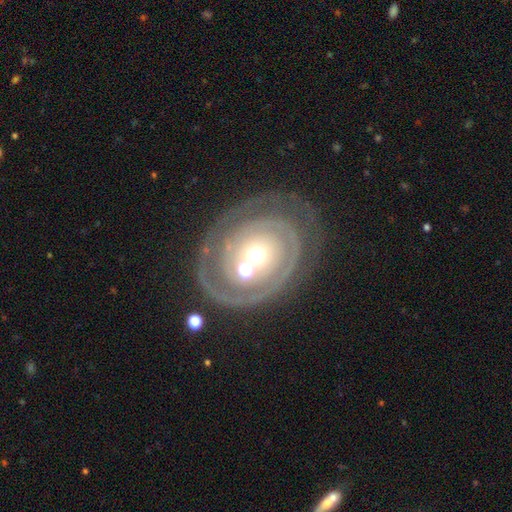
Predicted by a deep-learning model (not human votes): Smooth or featured? Predicted: featured or disk (p=0.82). Edge-on disk? Predicted: no (p=0.97). Bar? Predicted: no (p=0.84). Spiral arms? Predicted: yes (p=0.80). Spiral winding? Predicted: tight (p=0.75). Spiral arm count? Predicted: 2 (p=0.39). Bulge size? Predicted: moderate (p=0.64). Merging? Predicted: none (p=0.60).